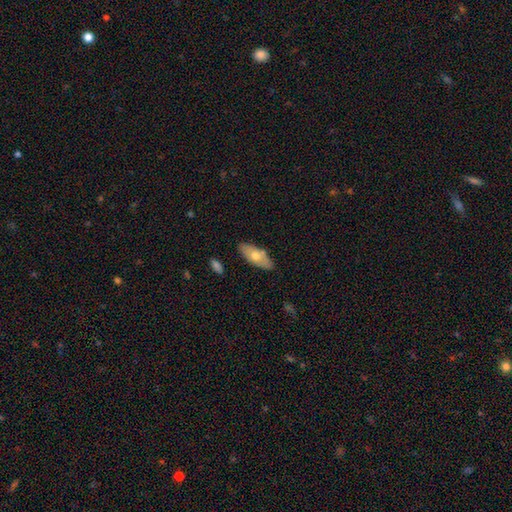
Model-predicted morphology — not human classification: type=smooth (61%); roundness=in between (83%); merging=none (81%).